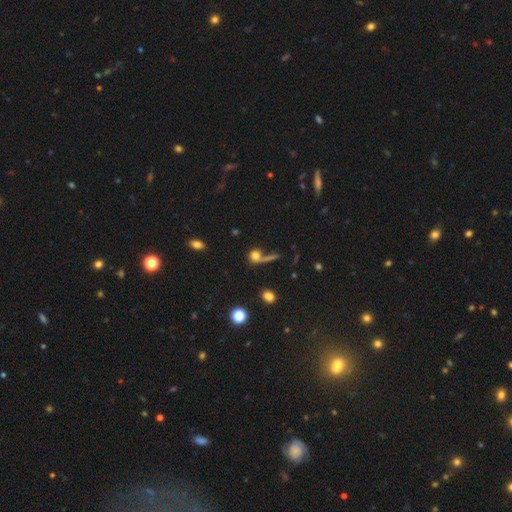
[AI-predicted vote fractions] smooth_or_featured: smooth (p=0.67) [alt: featured or disk p=0.17]
how_rounded: round (p=0.71) [alt: in between p=0.23]
merging: none (p=0.43) [alt: merger p=0.27]